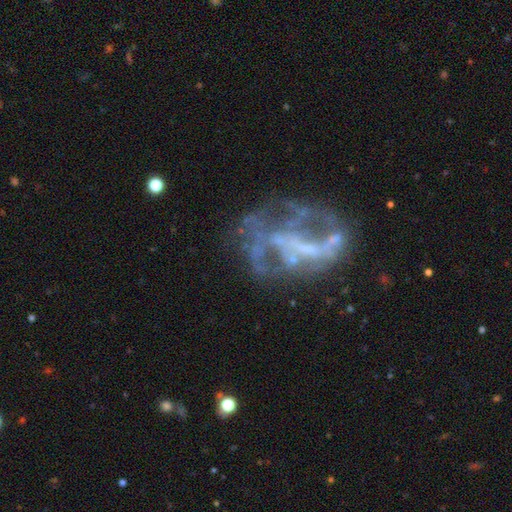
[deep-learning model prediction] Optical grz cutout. It shows a featured or disk galaxy (74%) with no bar (56%), no spiral arms (64%) and no central bulge (65%). Merging: none (40%).